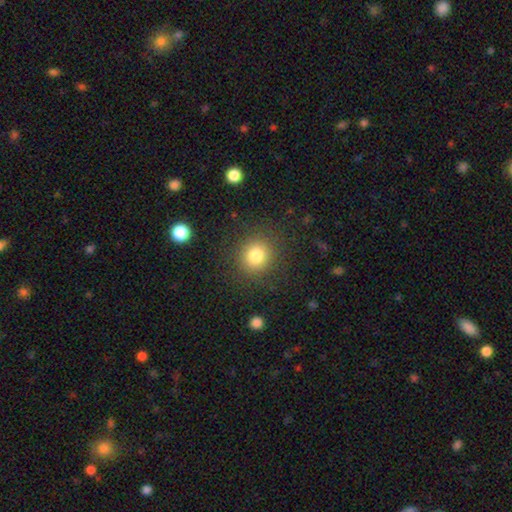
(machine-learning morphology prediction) Overall: smooth (81%). How rounded: round (86%). Merging: none (87%).